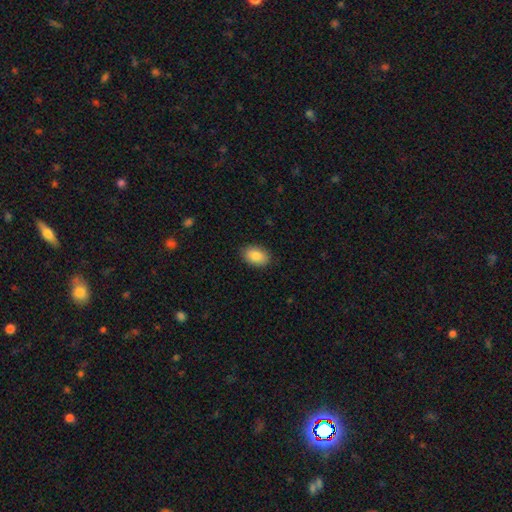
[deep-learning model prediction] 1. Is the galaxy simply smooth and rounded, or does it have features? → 87% smooth, 7% star or artifact, 6% featured or disk.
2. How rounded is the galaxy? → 86% in between, 13% round, 1% cigar-shaped.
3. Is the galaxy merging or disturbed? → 88% none, 9% minor disturbance, 2% major disturbance, 1% merger.